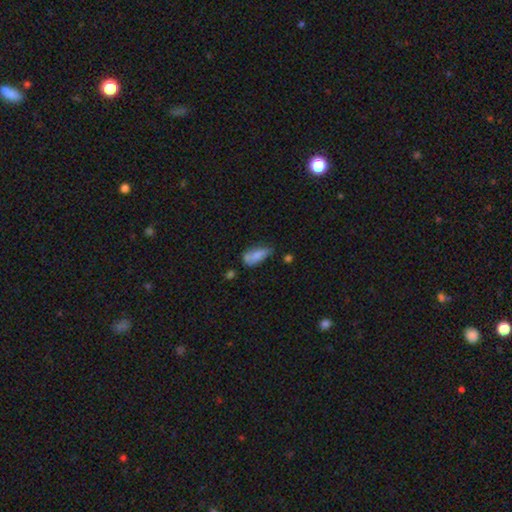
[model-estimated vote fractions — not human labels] Overall: smooth (75%). How rounded: in between (76%). Merging: none (38%; minor disturbance 34%).